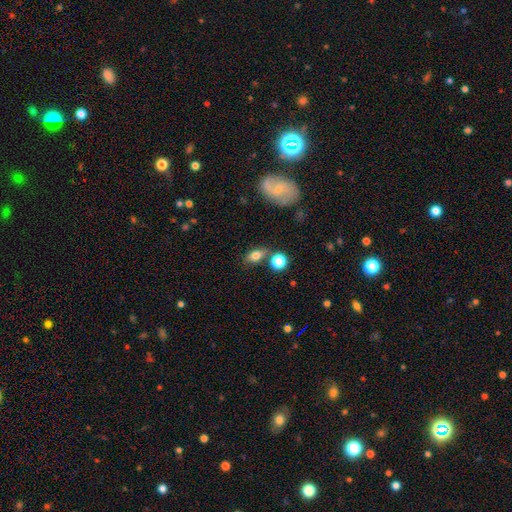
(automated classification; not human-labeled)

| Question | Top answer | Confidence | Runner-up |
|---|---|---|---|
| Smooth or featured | smooth | 72% | featured or disk (17%) |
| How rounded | in between | 74% | round (19%) |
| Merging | none | 62% | minor disturbance (16%) |